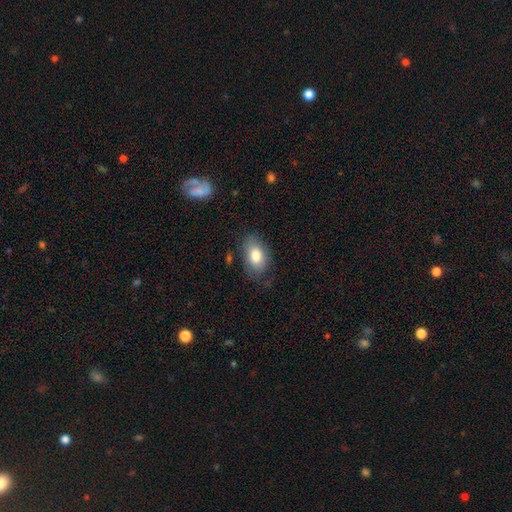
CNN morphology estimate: This is likely a smooth galaxy (80%). How rounded: clearly in between (89%). Merging: likely none (73%).